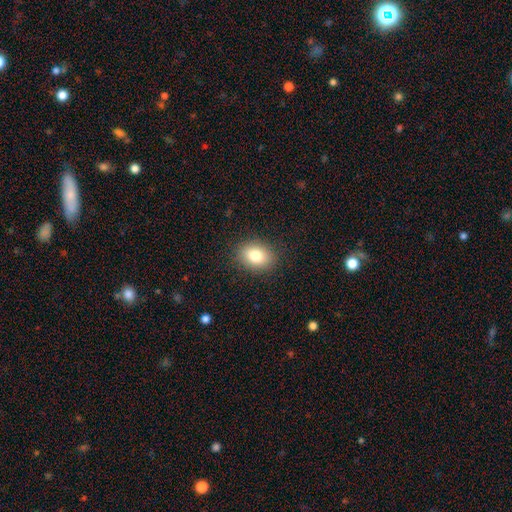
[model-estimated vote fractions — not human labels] Morphology: type=smooth (81%); roundness=in between (63%); merging=none (88%).